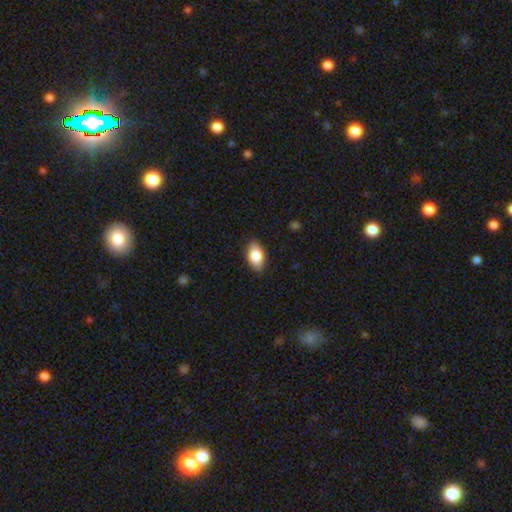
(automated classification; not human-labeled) Smooth or featured? Predicted: smooth (p=0.84). How rounded? Predicted: in between (p=0.93). Merging? Predicted: none (p=0.87).